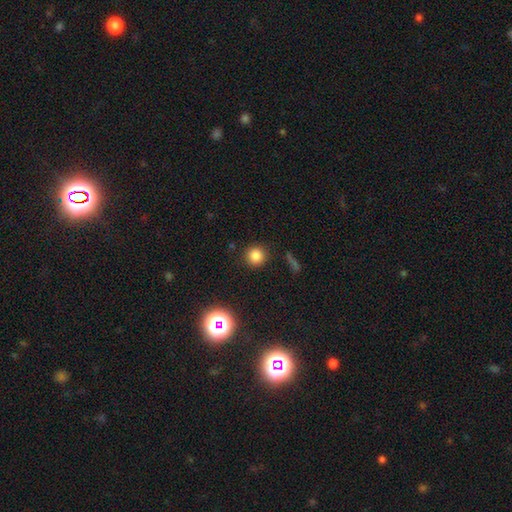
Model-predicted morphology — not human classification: smooth_or_featured: smooth (p=0.81) [alt: star or artifact p=0.15]
how_rounded: round (p=0.93) [alt: in between p=0.06]
merging: none (p=0.88) [alt: minor disturbance p=0.07]